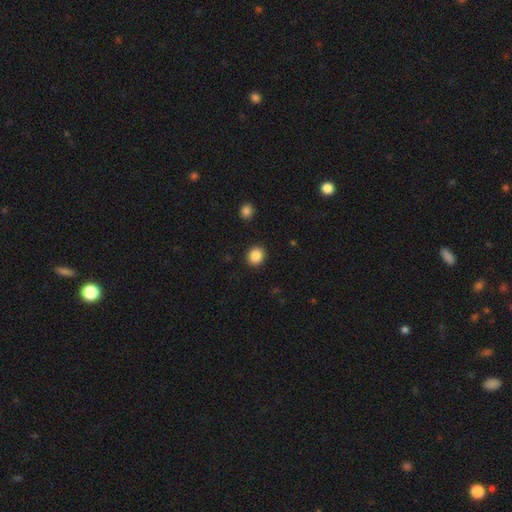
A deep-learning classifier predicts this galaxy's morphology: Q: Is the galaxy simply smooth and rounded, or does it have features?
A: smooth — 87%.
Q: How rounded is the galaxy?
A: round — 83%.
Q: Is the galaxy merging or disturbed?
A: none — 91%.